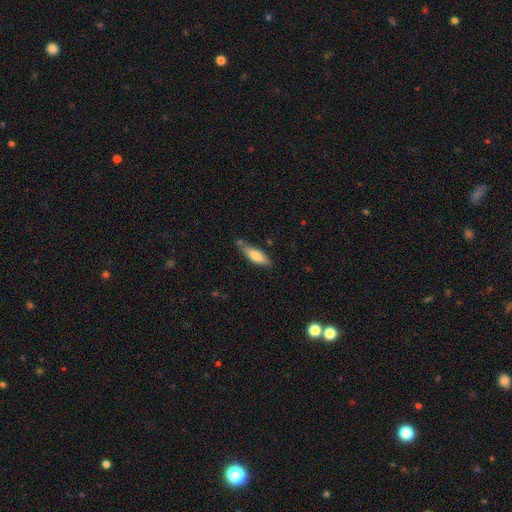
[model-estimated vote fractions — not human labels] A smooth galaxy with no disk features (74%) that is in between round and cigar-shaped (53%).

Vote fractions:
- Smooth or featured? smooth: 74% / featured or disk: 20% / star or artifact: 6%
- How rounded? in between: 53% / cigar-shaped: 45% / round: 2%
- Merging? none: 61% / minor disturbance: 26% / merger: 7% / major disturbance: 5%